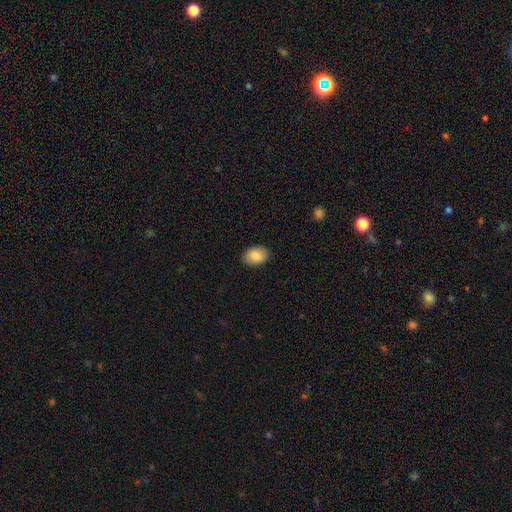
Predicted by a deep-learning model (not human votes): Smooth or featured?
  - smooth: 85% *
  - featured or disk: 8%
  - star or artifact: 7%
How rounded?
  - in between: 83% *
  - round: 16%
  - cigar-shaped: 1%
Merging?
  - none: 89% *
  - minor disturbance: 8%
  - major disturbance: 2%
  - merger: 1%